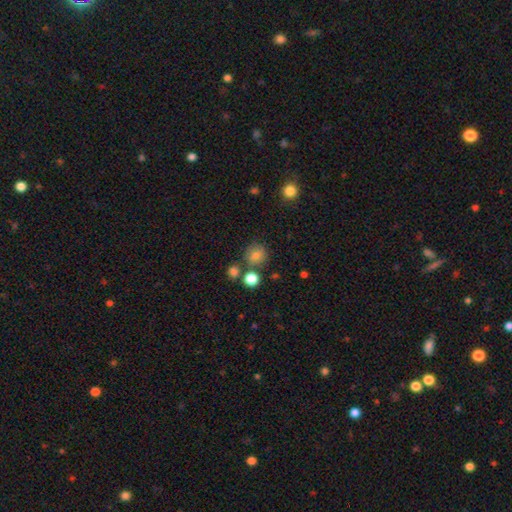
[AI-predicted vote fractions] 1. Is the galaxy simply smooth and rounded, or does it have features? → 77% smooth, 15% star or artifact, 8% featured or disk.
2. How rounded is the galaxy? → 89% round, 10% in between, 1% cigar-shaped.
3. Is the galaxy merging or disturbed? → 76% none, 11% merger, 10% minor disturbance, 3% major disturbance.